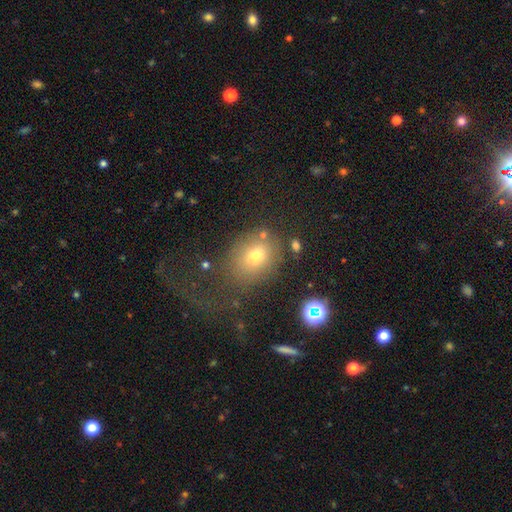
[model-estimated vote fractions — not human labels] A smooth galaxy with no disk features (67%) that is in between round and cigar-shaped (52%). Merging: none (54%).